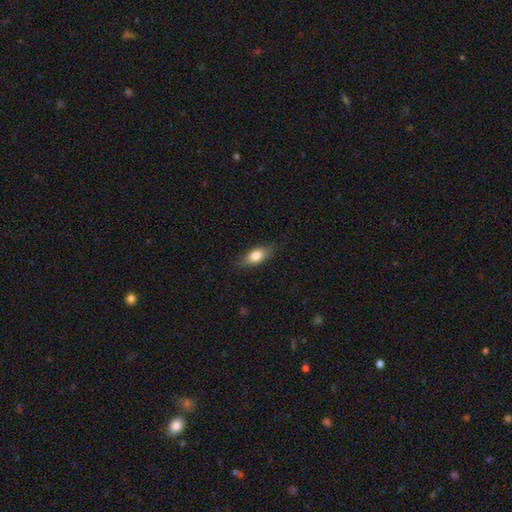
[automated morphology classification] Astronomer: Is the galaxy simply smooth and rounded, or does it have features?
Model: smooth — 78%.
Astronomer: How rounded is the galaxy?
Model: in between — 81%.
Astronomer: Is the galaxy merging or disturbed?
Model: none — 81%.